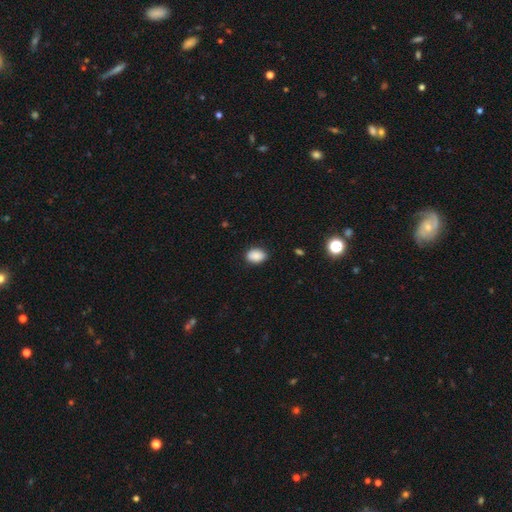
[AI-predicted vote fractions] A smooth galaxy with no disk features (89%) that is in between round and cigar-shaped (80%). Merging: none (86%).